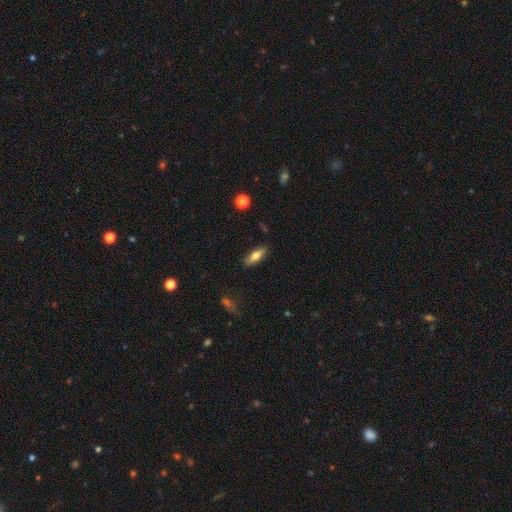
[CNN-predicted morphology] Smooth or featured: smooth — 63% (featured or disk — 30%)
How rounded: in between — 52% (cigar-shaped — 46%)
Merging: none — 86% (minor disturbance — 11%)